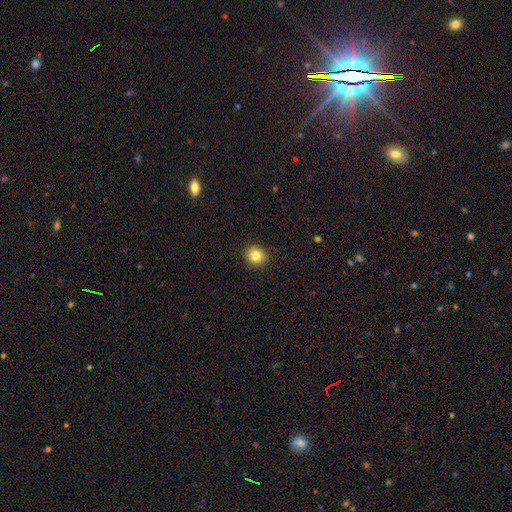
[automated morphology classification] A smooth galaxy with no disk features (83%) that is round (90%).

Vote fractions:
- Smooth or featured? smooth: 83% / star or artifact: 11% / featured or disk: 6%
- How rounded? round: 90% / in between: 9% / cigar-shaped: 1%
- Merging? none: 92% / minor disturbance: 5% / major disturbance: 2% / merger: 1%